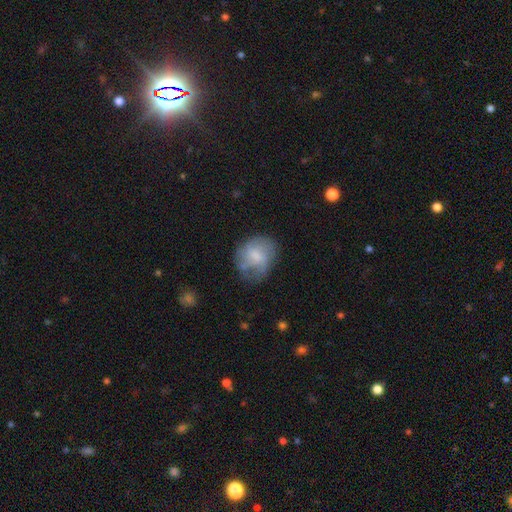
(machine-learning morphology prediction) Smooth or featured? smooth (56%)
How rounded? round (54%)
Merging? none (51%)